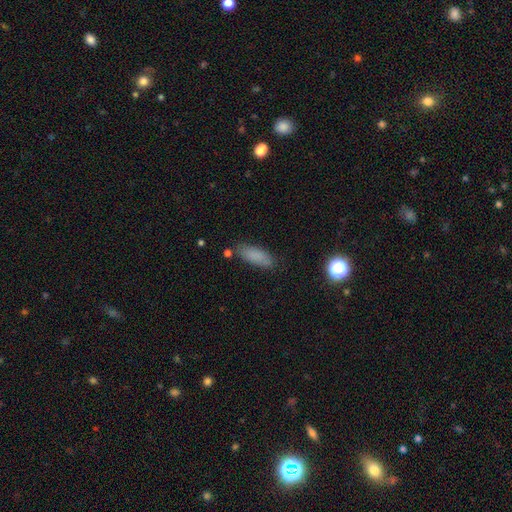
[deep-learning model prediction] The model was most divided on "how rounded": in between: 65%, cigar-shaped: 33%, round: 2%. More confident: smooth or featured — smooth (84%); merging — none (79%).